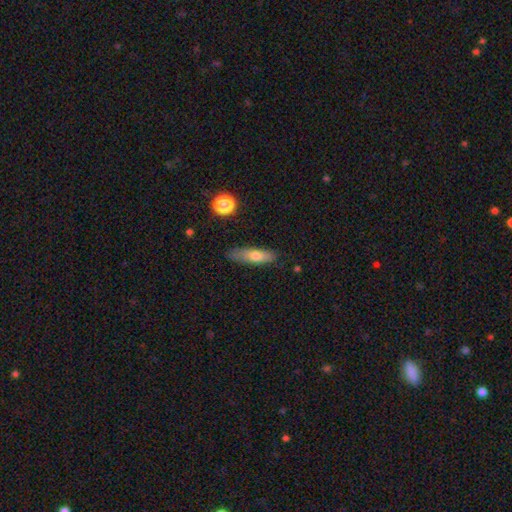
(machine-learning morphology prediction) This is likely a smooth galaxy (68%). How rounded: possibly cigar-shaped (56%). Merging: likely none (71%).